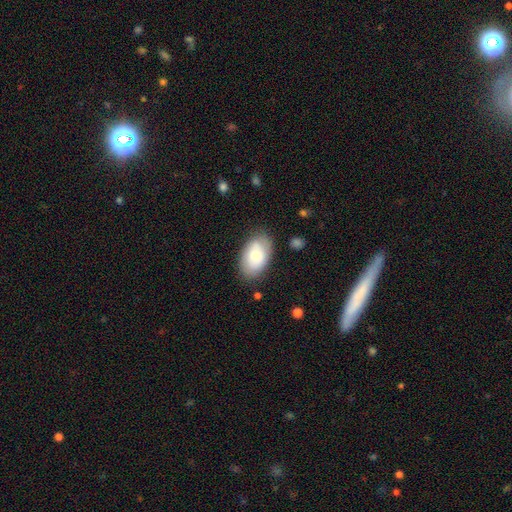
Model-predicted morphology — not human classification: Smooth or featured: smooth — 72% (featured or disk — 21%)
How rounded: in between — 92% (round — 6%)
Merging: none — 77% (minor disturbance — 17%)